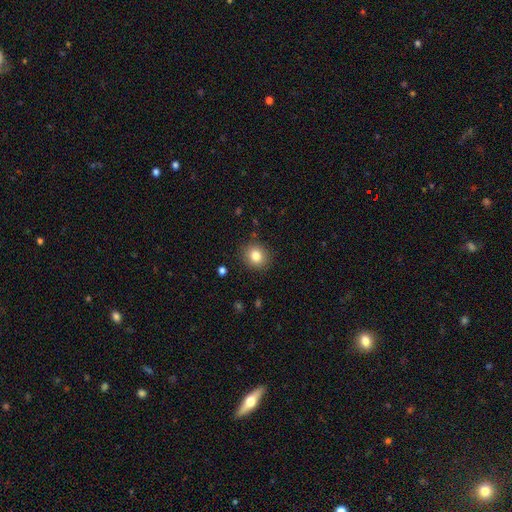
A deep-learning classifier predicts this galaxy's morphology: Smooth or featured? smooth (83%)
How rounded? round (76%)
Merging? none (88%)